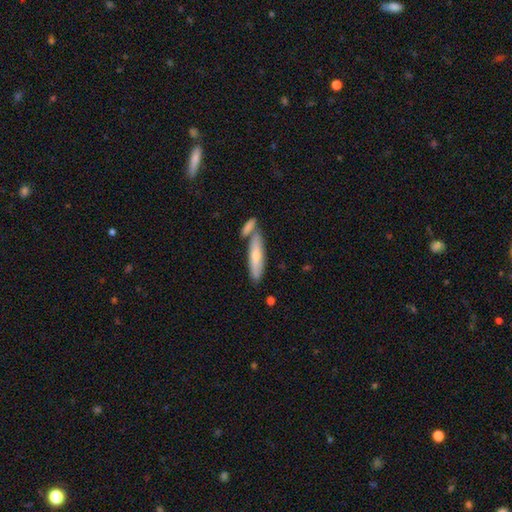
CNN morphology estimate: Q: Smooth or featured?
A: smooth (55%); runner-up: featured or disk (39%)
Q: How rounded?
A: cigar-shaped (75%); runner-up: in between (24%)
Q: Merging?
A: none (65%); runner-up: merger (20%)